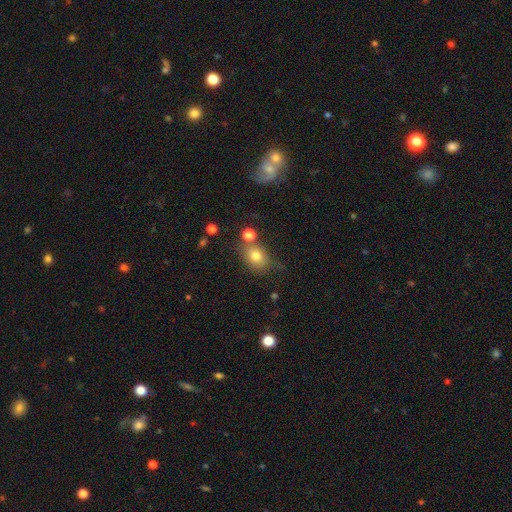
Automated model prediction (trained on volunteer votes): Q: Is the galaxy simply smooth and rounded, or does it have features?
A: smooth — 76%.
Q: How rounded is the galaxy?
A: in between — 57%.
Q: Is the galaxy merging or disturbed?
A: none — 63%.